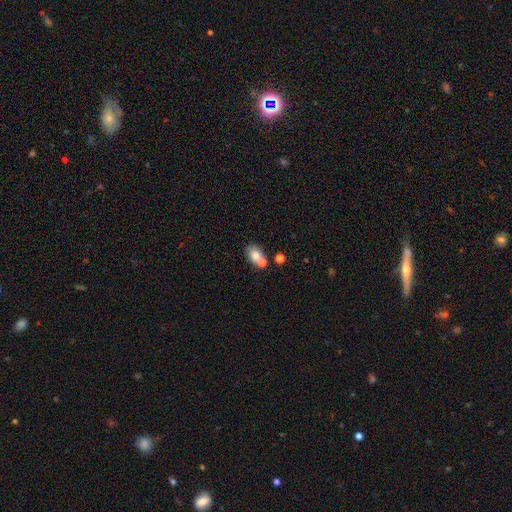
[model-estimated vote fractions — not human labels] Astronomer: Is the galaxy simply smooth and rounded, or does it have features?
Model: smooth — 75%.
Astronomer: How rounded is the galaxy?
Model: in between — 63%.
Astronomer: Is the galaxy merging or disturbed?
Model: none — 46% (runner-up: merger, 39%).